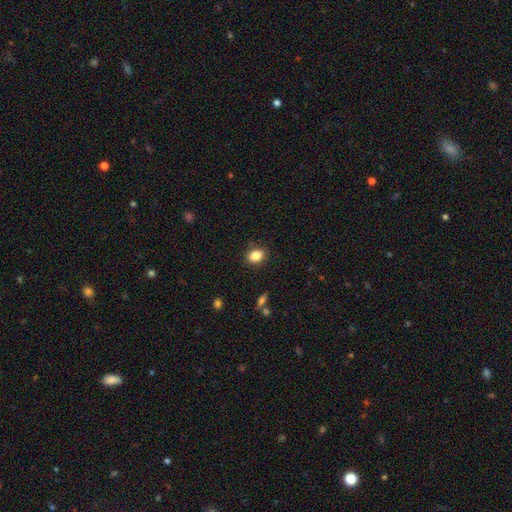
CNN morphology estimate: A smooth galaxy with no disk features (86%) that is in between round and cigar-shaped (65%).

Vote fractions:
- Smooth or featured? smooth: 86% / star or artifact: 9% / featured or disk: 5%
- How rounded? in between: 65% / round: 33% / cigar-shaped: 1%
- Merging? none: 87% / minor disturbance: 10% / major disturbance: 3% / merger: 1%